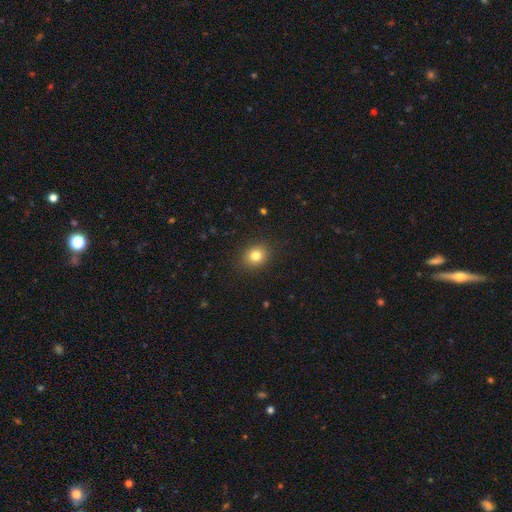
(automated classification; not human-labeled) Smooth or featured? smooth (81%)
How rounded? round (62%)
Merging? none (89%)